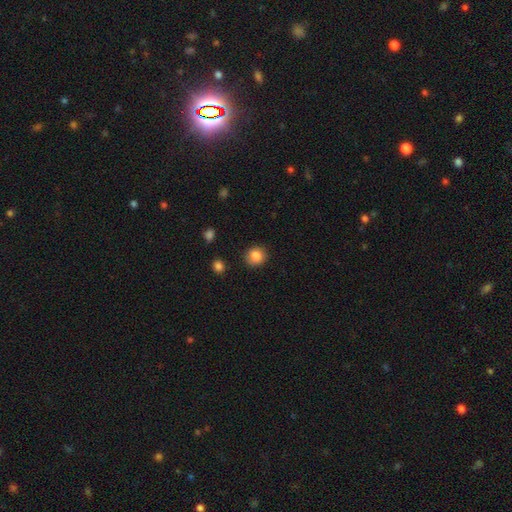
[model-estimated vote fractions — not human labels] Morphology: type=smooth (86%); roundness=round (83%); merging=none (86%).